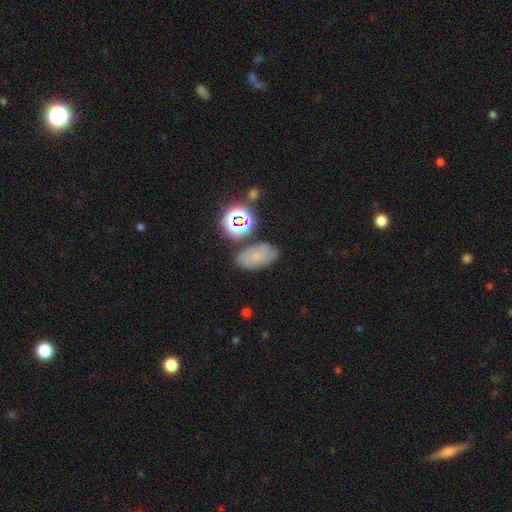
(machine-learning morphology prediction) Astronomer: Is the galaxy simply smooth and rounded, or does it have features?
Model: smooth — 45% (runner-up: star or artifact, 28%).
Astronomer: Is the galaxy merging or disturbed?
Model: none — 69%.